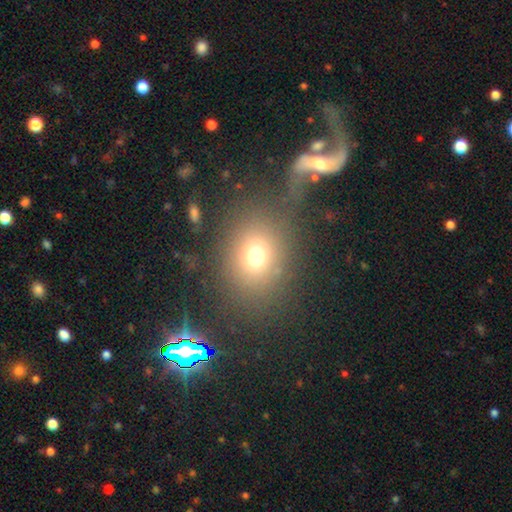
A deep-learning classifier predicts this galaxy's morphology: Smooth or featured? smooth (71%)
How rounded? round (59%)
Merging? none (67%)